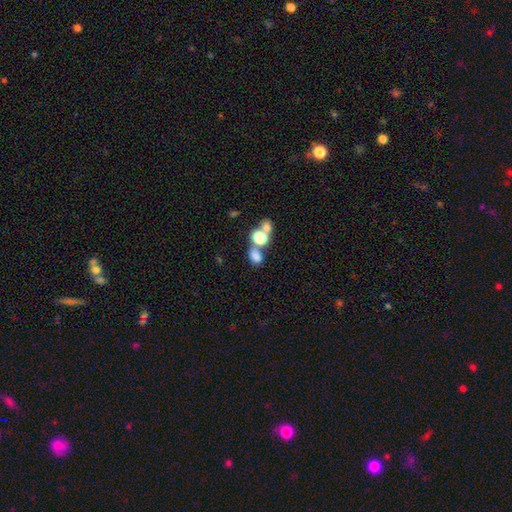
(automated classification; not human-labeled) Morphology: type=smooth (73%); roundness=in between (60%); merging=merger (46%).